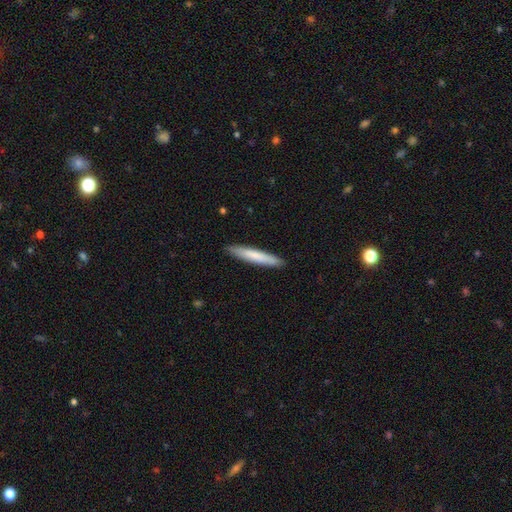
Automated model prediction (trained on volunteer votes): Morphology: type=smooth (75%); roundness=cigar-shaped (93%); merging=none (90%).